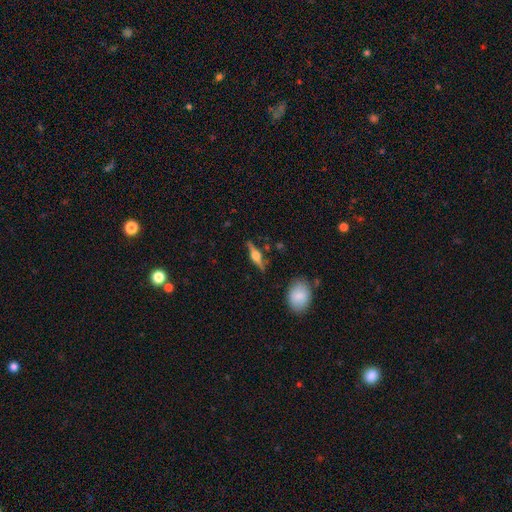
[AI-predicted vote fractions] Smooth or featured? Predicted: featured or disk (p=0.76). Edge-on disk? Predicted: yes (p=0.97). Edge-on bulge? Predicted: rounded (p=0.93). Merging? Predicted: none (p=0.85).